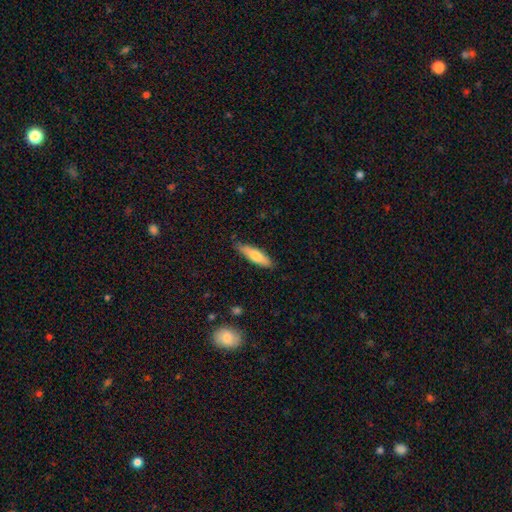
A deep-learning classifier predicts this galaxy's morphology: The model was most divided on "how rounded": cigar-shaped: 66%, in between: 32%, round: 2%. More confident: merging — none (83%); smooth or featured — smooth (71%).